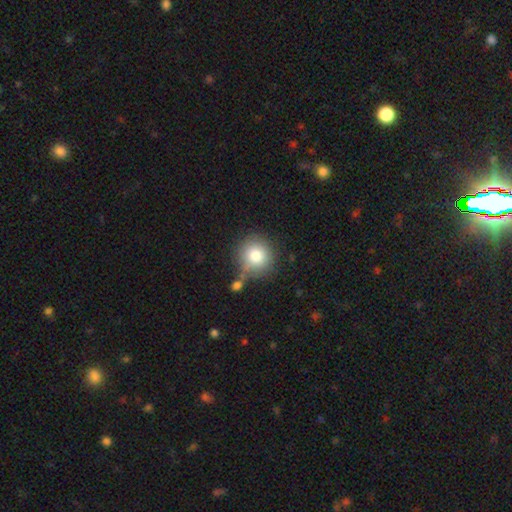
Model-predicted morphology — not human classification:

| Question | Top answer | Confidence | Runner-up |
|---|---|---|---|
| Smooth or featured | smooth | 81% | featured or disk (10%) |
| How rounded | round | 93% | in between (6%) |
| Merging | none | 66% | minor disturbance (15%) |